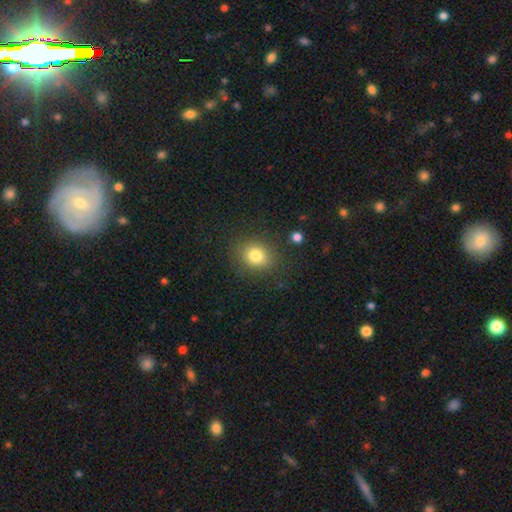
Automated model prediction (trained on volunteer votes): Smooth or featured: smooth — 80% (star or artifact — 12%)
How rounded: round — 67% (in between — 32%)
Merging: none — 84% (minor disturbance — 10%)